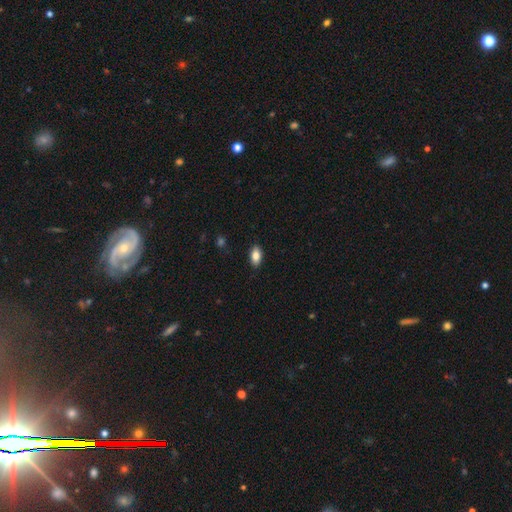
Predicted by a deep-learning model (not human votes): This is clearly a smooth galaxy (83%). How rounded: clearly in between (91%). Merging: clearly none (87%).